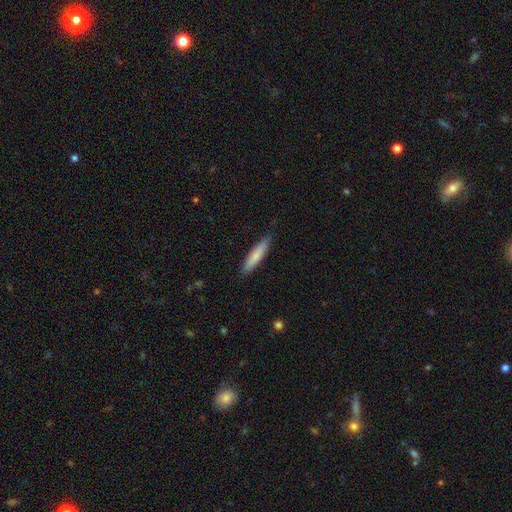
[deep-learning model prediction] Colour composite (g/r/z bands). It shows a smooth galaxy with no disk features (78%) that is cigar-shaped (86%). Merging: none (85%).